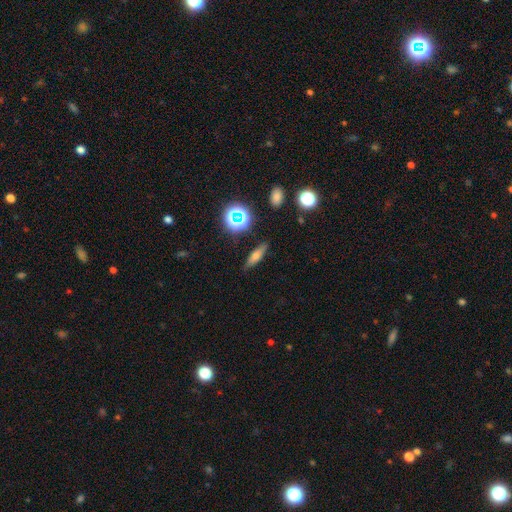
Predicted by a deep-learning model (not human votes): A smooth galaxy with no disk features (54%) that is cigar-shaped (61%). Merging: none (85%).